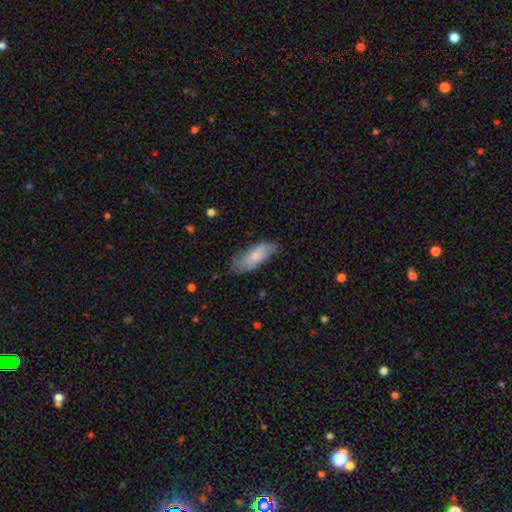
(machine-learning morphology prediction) A smooth galaxy with no disk features (65%) that is in between round and cigar-shaped (75%). Merging: none (65%).